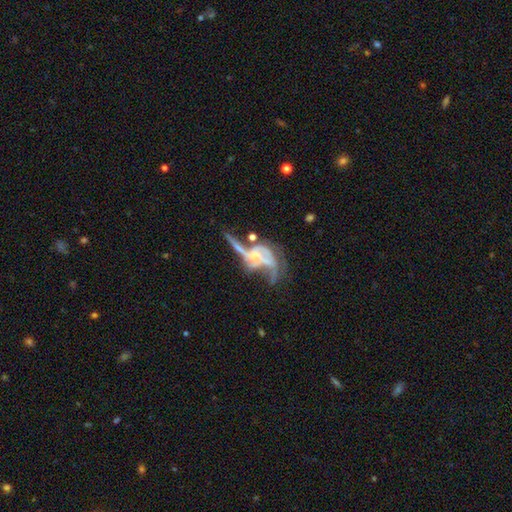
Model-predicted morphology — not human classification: featured or disk 75%, smooth 13%, star or artifact 12%. Down the decision tree: edge-on disk — no (84%); bar — no (66%); spiral arms — yes (65%); bulge size — small (39%); merging — major disturbance (34%).